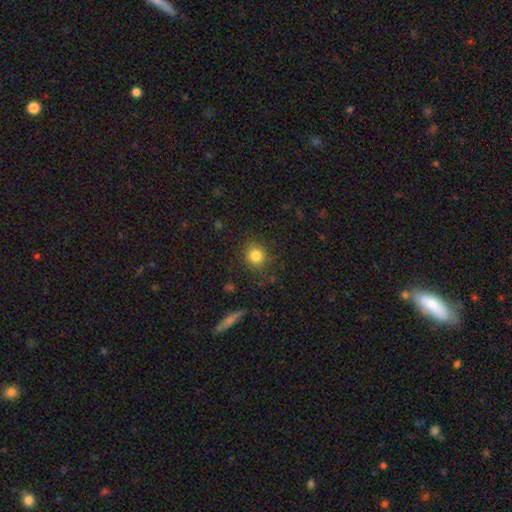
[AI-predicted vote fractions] This is clearly a smooth galaxy (83%). How rounded: clearly round (86%). Merging: clearly none (84%).